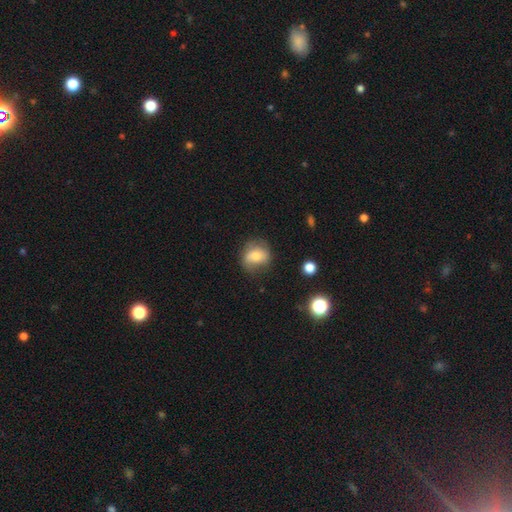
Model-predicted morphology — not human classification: Smooth or featured? Predicted: smooth (p=0.63). How rounded? Predicted: round (p=0.63). Merging? Predicted: none (p=0.64).